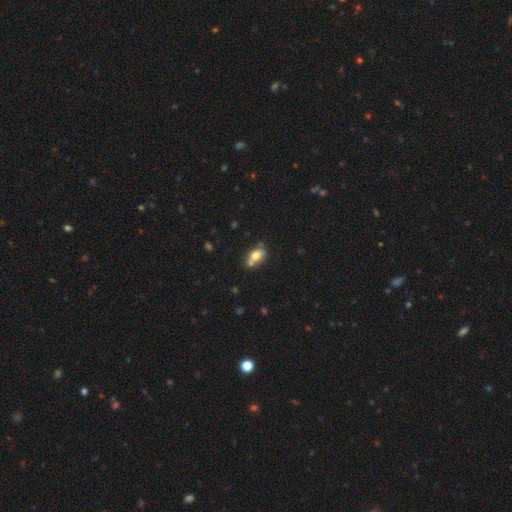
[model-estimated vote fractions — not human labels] The model was most divided on "smooth or featured": smooth: 61%, featured or disk: 31%, star or artifact: 8%. More confident: how rounded — in between (82%); merging — none (55%).